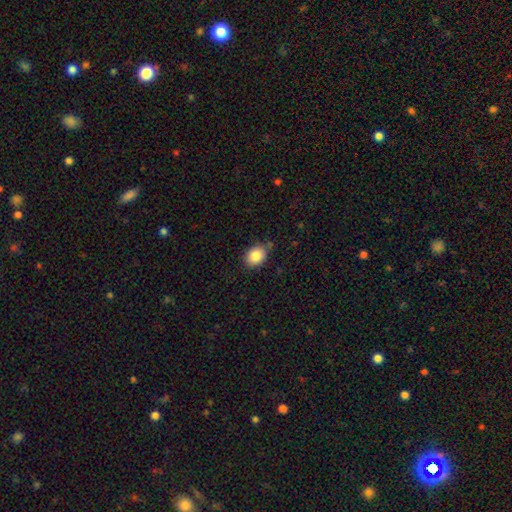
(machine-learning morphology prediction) smooth 86%, star or artifact 8%, featured or disk 6%. Down the decision tree: how rounded — in between (57%); merging — none (75%).